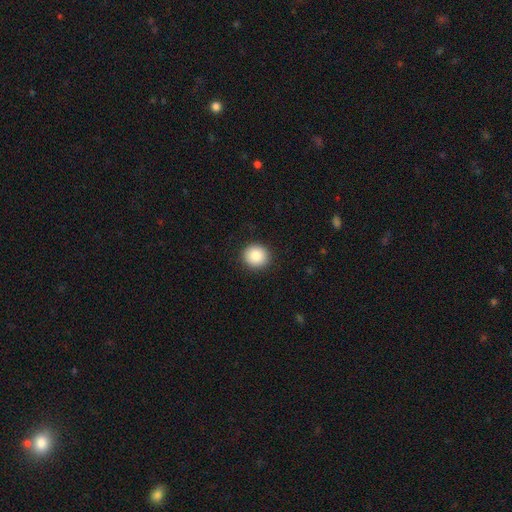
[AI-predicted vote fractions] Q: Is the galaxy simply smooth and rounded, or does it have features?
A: smooth — 87%.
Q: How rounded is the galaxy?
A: round — 90%.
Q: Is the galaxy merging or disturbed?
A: none — 92%.